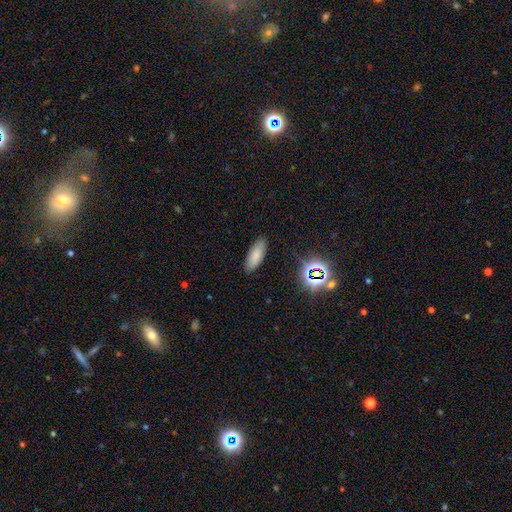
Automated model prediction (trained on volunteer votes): Smooth or featured? smooth (78%)
How rounded? in between (71%)
Merging? none (86%)